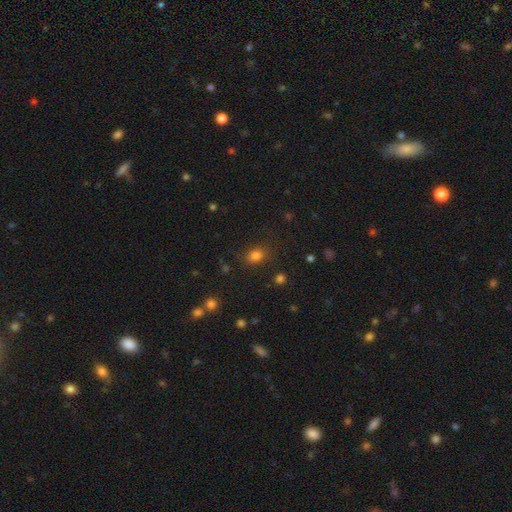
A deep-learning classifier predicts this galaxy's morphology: smooth_or_featured: smooth (p=0.80) [alt: star or artifact p=0.15]
how_rounded: in between (p=0.50) [alt: round p=0.48]
merging: none (p=0.80) [alt: minor disturbance p=0.13]